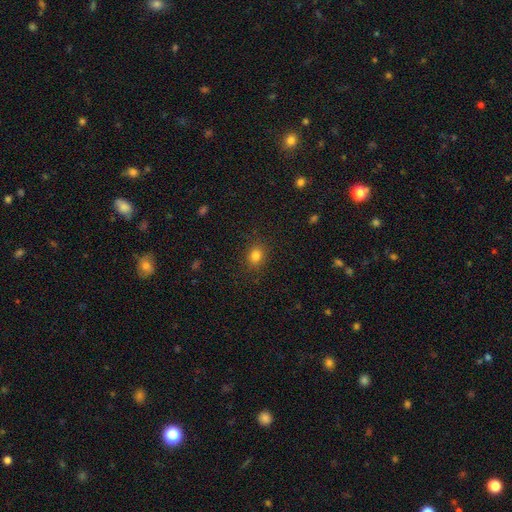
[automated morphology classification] Smooth or featured? Predicted: smooth (p=0.82). How rounded? Predicted: round (p=0.60). Merging? Predicted: none (p=0.87).